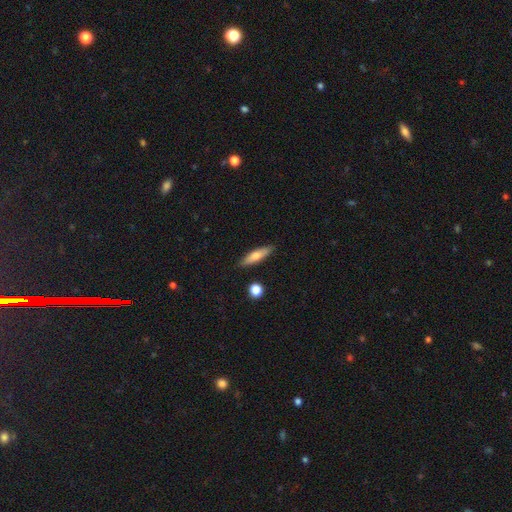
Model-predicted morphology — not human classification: The model was most divided on "how rounded": cigar-shaped: 68%, in between: 29%, round: 2%. More confident: merging — none (87%); smooth or featured — smooth (68%).